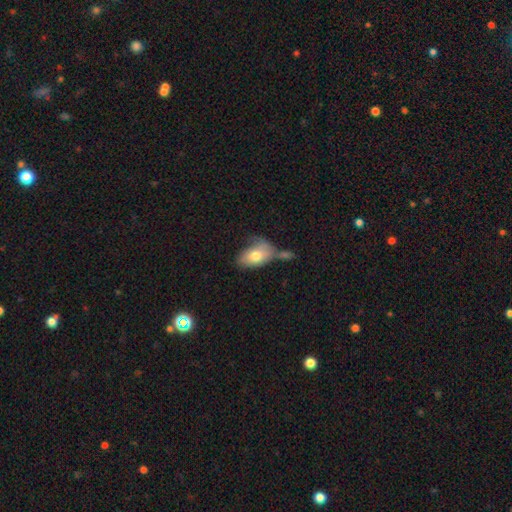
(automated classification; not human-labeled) Smooth or featured? Predicted: smooth (p=0.71). How rounded? Predicted: in between (p=0.89). Merging? Predicted: none (p=0.31).